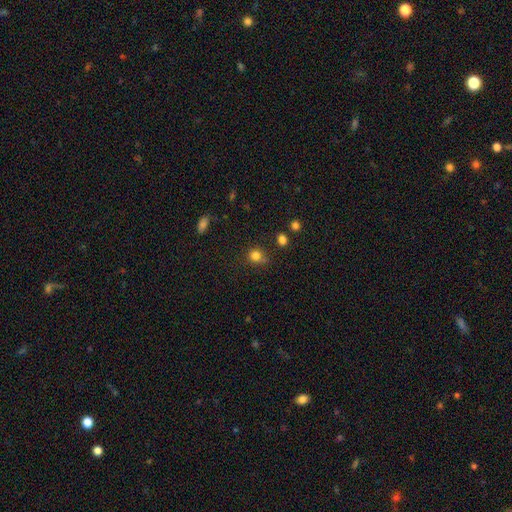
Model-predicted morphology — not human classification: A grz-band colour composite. It shows a smooth galaxy with no disk features (81%) that is round (83%). Merging: none (67%).